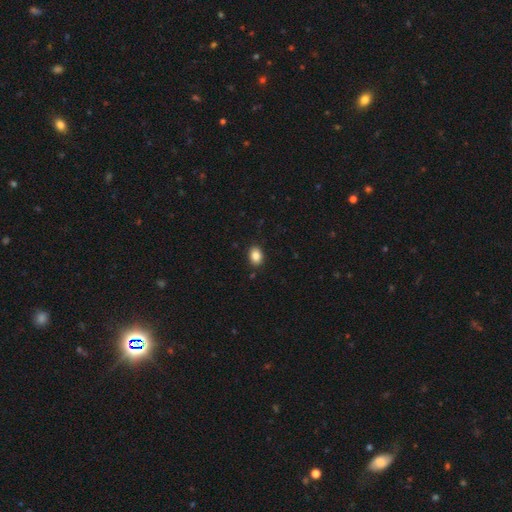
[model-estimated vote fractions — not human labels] Smooth or featured: smooth — 86% (star or artifact — 9%)
How rounded: in between — 70% (round — 29%)
Merging: none — 88% (minor disturbance — 9%)